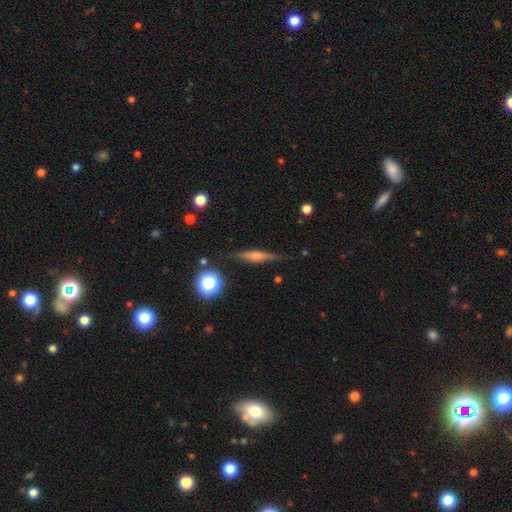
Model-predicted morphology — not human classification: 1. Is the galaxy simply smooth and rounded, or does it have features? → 59% featured or disk, 32% smooth, 10% star or artifact.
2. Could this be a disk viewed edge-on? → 96% yes, 4% no.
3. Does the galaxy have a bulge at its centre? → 75% rounded, 13% none, 12% boxy.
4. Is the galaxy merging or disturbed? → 86% none, 10% minor disturbance, 2% major disturbance, 2% merger.